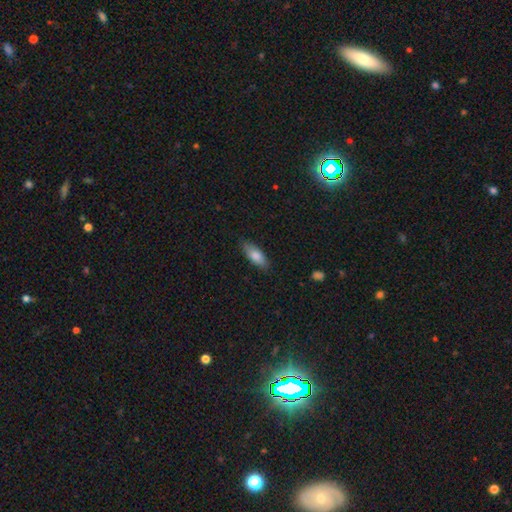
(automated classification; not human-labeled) smooth-or-featured: smooth: 82% | featured or disk: 12% | star or artifact: 6%
  how-rounded: in between: 75% | cigar-shaped: 23% | round: 2%
  merging: none: 82% | minor disturbance: 14% | major disturbance: 3% | merger: 1%